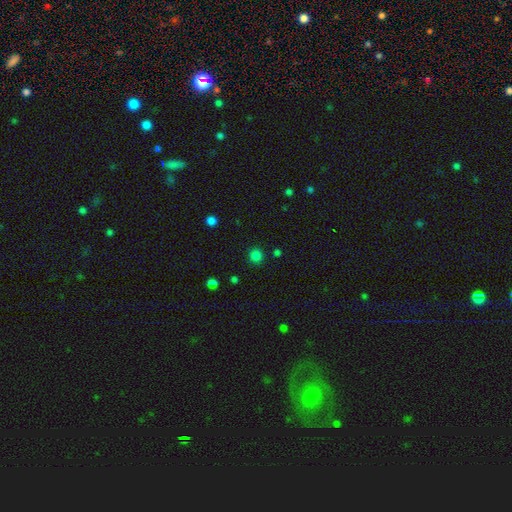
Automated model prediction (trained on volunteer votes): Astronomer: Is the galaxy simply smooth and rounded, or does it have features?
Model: smooth — 79%.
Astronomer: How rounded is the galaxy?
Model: round — 91%.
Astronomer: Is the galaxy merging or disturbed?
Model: none — 89%.